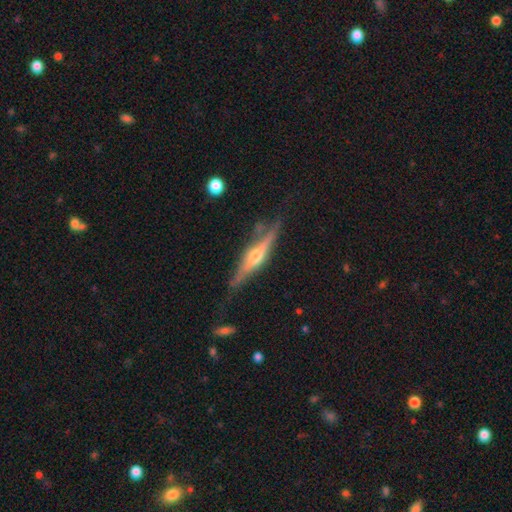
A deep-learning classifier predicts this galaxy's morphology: smooth_or_featured: featured or disk (p=0.78) [alt: smooth p=0.16]
disk_edge_on: yes (p=0.96) [alt: no p=0.04]
edge_on_bulge: rounded (p=0.89) [alt: boxy p=0.06]
merging: none (p=0.79) [alt: minor disturbance p=0.15]